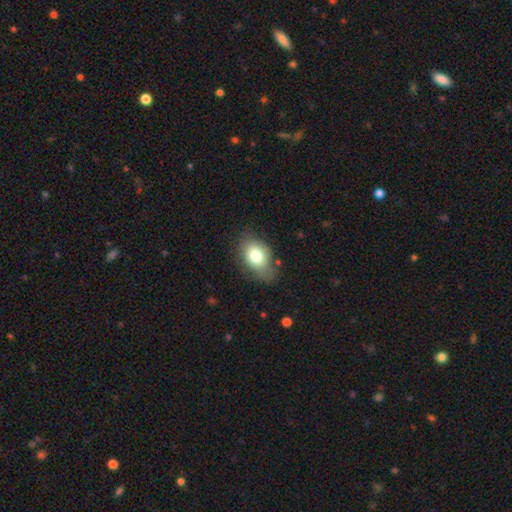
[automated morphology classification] Smooth or featured? Predicted: smooth (p=0.78). How rounded? Predicted: in between (p=0.83). Merging? Predicted: none (p=0.62).